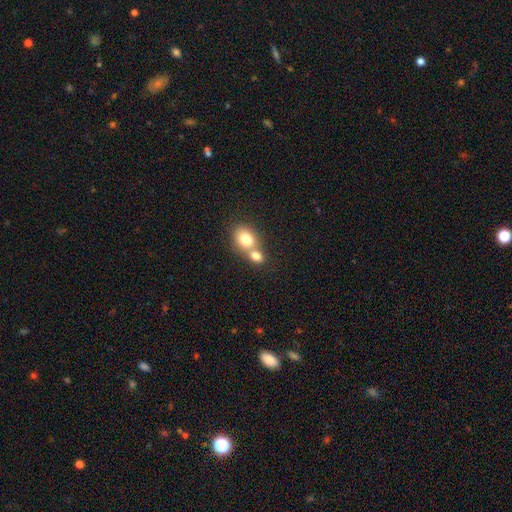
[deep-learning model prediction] Smooth or featured?
  - smooth: 78% *
  - featured or disk: 13%
  - star or artifact: 10%
How rounded?
  - round: 51% *
  - in between: 47%
  - cigar-shaped: 1%
Merging?
  - merger: 62% *
  - none: 29%
  - minor disturbance: 6%
  - major disturbance: 3%